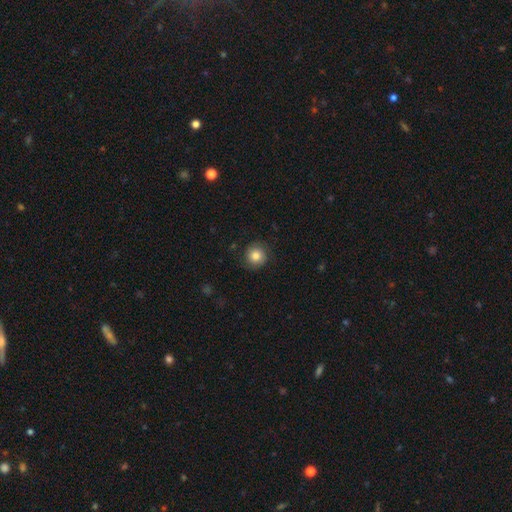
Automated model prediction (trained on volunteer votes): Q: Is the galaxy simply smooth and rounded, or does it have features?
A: smooth — 83%.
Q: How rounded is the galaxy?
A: round — 93%.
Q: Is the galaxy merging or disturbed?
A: none — 87%.